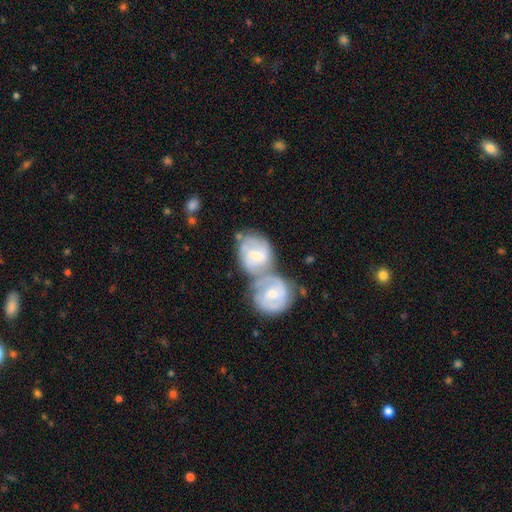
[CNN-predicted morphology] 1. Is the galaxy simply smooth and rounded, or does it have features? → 59% featured or disk, 35% smooth, 6% star or artifact.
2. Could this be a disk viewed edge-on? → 96% no, 4% yes.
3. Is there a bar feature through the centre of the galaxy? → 48% weak, 38% no, 13% strong.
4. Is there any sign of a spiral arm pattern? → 82% yes, 18% no.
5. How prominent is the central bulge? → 49% small, 45% moderate, 3% none, 2% large, 1% dominant.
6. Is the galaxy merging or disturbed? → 67% merger, 19% none, 9% minor disturbance, 5% major disturbance.